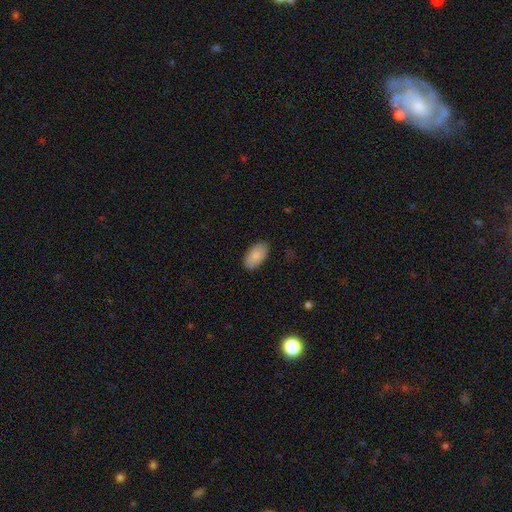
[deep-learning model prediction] Morphology: type=smooth (84%); roundness=in between (95%); merging=none (83%).